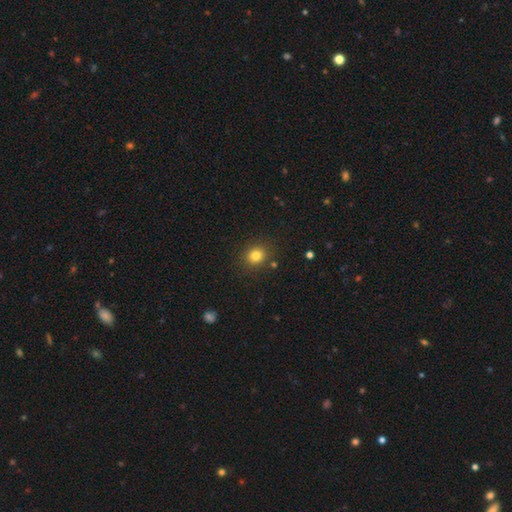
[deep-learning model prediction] A smooth galaxy with no disk features (81%) that is round (76%).

Vote fractions:
- Smooth or featured? smooth: 81% / star or artifact: 13% / featured or disk: 6%
- How rounded? round: 76% / in between: 23% / cigar-shaped: 1%
- Merging? none: 86% / minor disturbance: 8% / major disturbance: 3% / merger: 2%